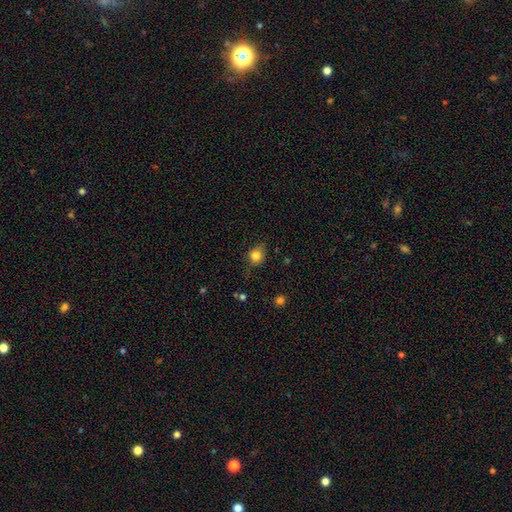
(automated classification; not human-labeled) The model was most divided on "merging": none: 68%, minor disturbance: 25%, major disturbance: 6%, merger: 2%. More confident: smooth or featured — smooth (81%); how rounded — round (73%).